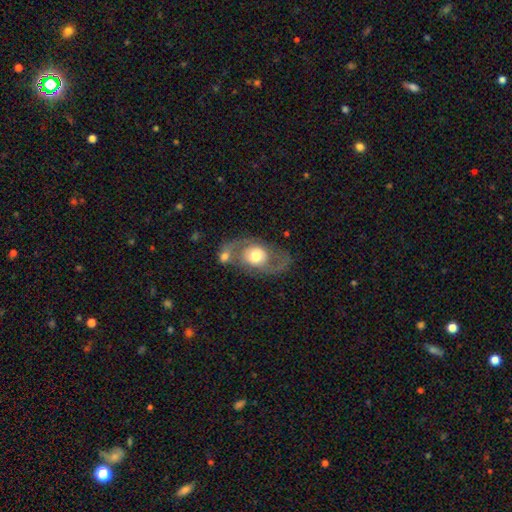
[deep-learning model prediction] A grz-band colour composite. It shows a featured or disk galaxy (66%) with no bar (75%), spiral arms (70%) and a moderate central bulge (58%). Merging: none (51%).